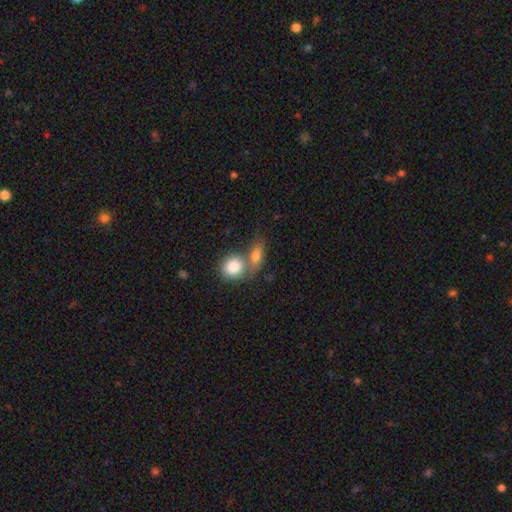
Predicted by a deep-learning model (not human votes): Smooth or featured: smooth — 78% (featured or disk — 14%)
How rounded: in between — 62% (round — 31%)
Merging: merger — 55% (none — 32%)